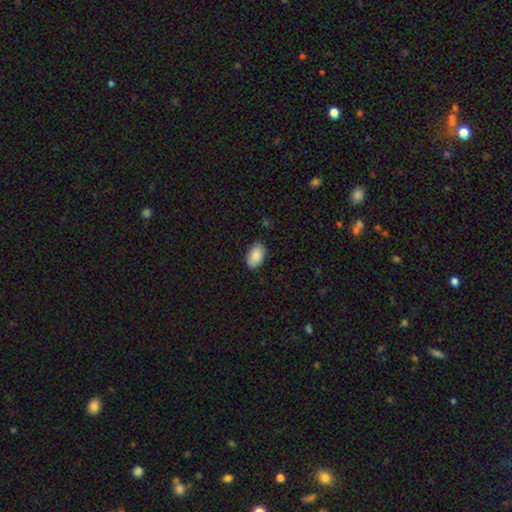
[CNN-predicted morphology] Smooth or featured? Predicted: smooth (p=0.88). How rounded? Predicted: in between (p=0.94). Merging? Predicted: none (p=0.83).